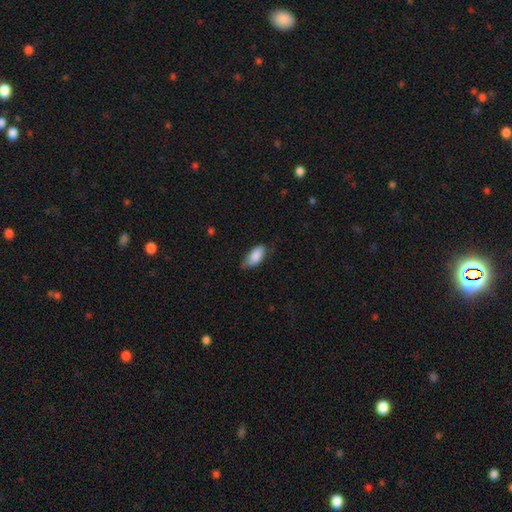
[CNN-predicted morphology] Smooth or featured? smooth (85%)
How rounded? in between (91%)
Merging? none (64%)